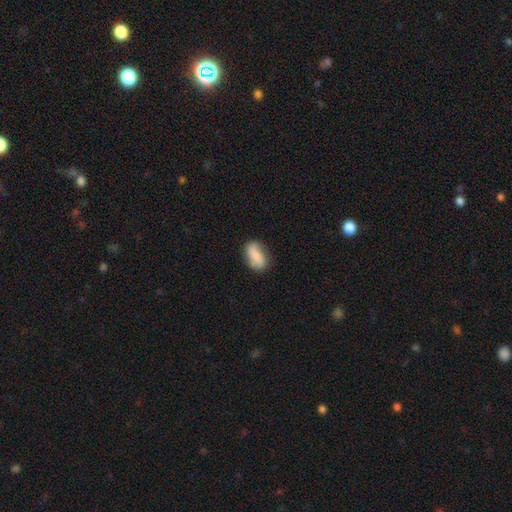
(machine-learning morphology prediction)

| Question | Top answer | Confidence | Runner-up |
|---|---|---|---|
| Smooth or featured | smooth | 73% | featured or disk (20%) |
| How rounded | in between | 88% | round (8%) |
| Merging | none | 77% | minor disturbance (18%) |